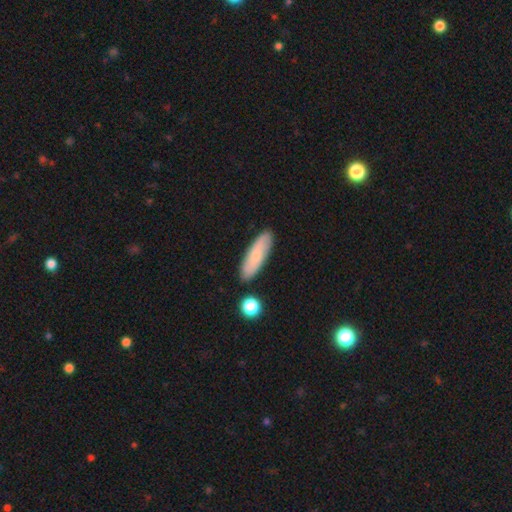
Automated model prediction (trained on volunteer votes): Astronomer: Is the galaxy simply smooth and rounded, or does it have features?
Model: smooth — 74%.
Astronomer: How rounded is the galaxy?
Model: cigar-shaped — 55% (runner-up: in between, 43%).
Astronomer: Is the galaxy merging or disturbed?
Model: none — 86%.